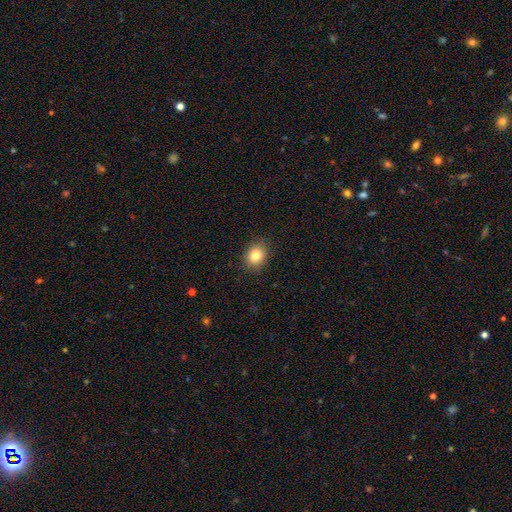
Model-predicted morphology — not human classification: Overall: smooth (83%). How rounded: round (60%; in between 39%). Merging: none (88%).